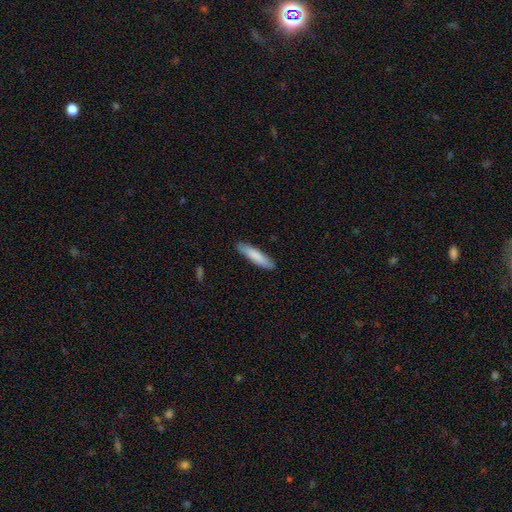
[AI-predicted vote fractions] smooth 82%, featured or disk 13%, star or artifact 5%. Down the decision tree: how rounded — cigar-shaped (82%); merging — none (86%).